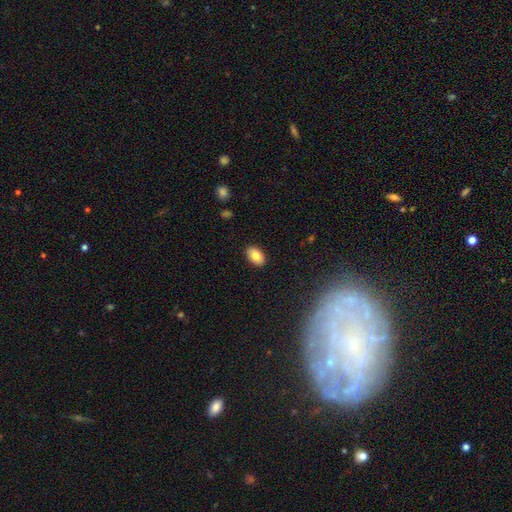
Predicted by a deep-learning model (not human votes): Smooth or featured? smooth (84%)
How rounded? in between (91%)
Merging? none (89%)